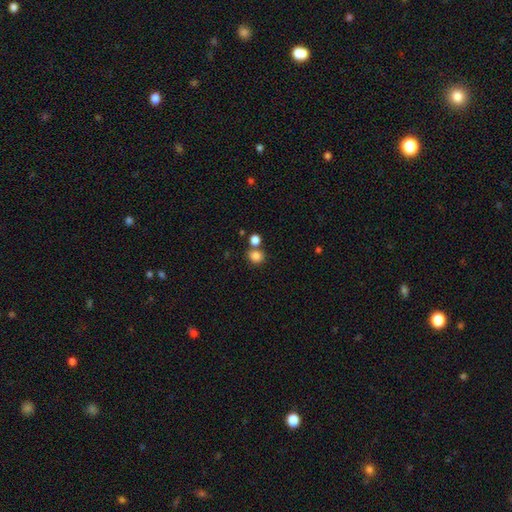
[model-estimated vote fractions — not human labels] Overall: smooth (84%). How rounded: round (78%). Merging: none (63%; merger 25%).